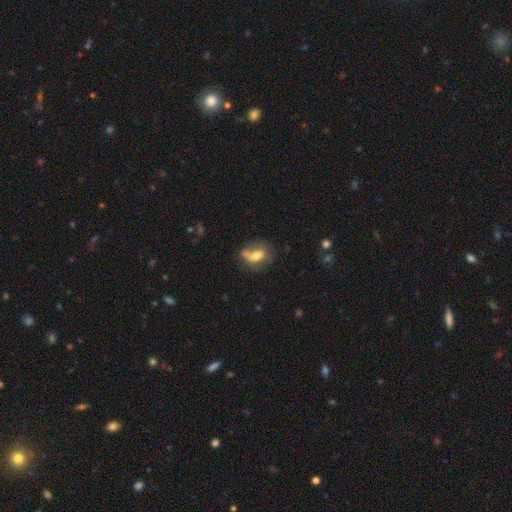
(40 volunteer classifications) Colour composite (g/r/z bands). It shows a smooth galaxy with no disk features (75%) that is in between round and cigar-shaped (83%). Merging: none (53%).